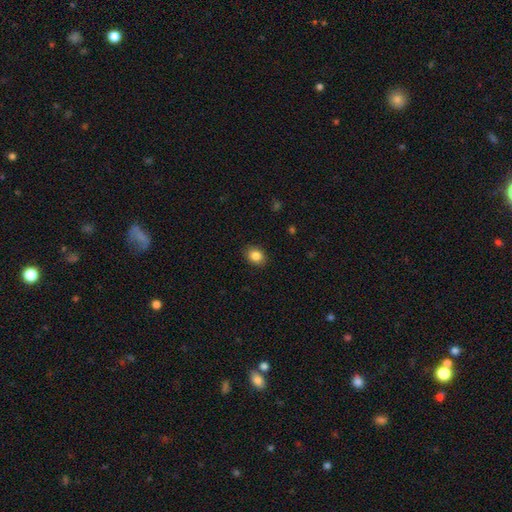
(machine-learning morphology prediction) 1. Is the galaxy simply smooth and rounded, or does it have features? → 85% smooth, 9% star or artifact, 5% featured or disk.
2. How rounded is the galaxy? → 50% round, 49% in between, 1% cigar-shaped.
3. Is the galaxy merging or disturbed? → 89% none, 7% minor disturbance, 2% major disturbance, 1% merger.